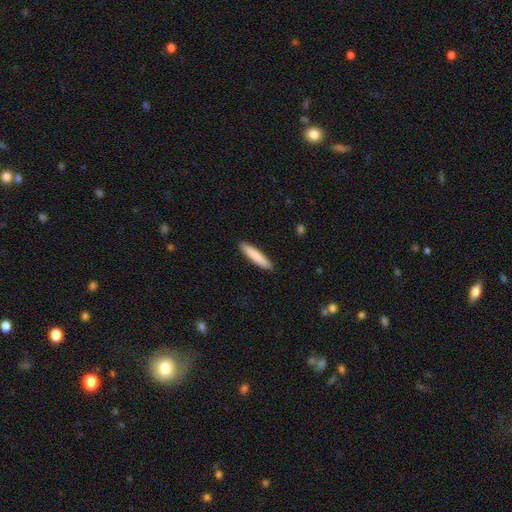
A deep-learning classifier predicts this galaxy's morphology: This appears to be a smooth galaxy with no disk features (84%) that is cigar-shaped (90%). Merging: none (91%).